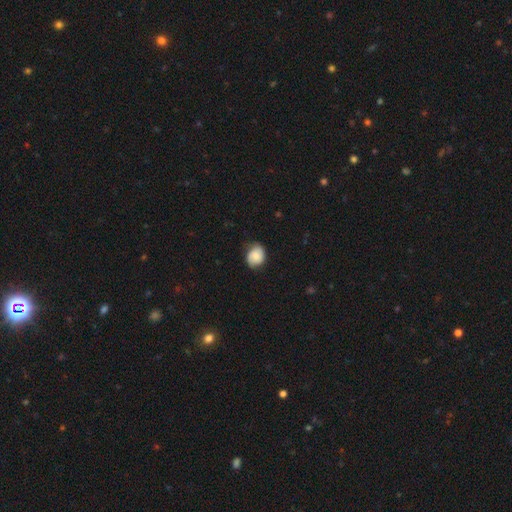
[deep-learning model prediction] Q: Smooth or featured?
A: smooth (72%); runner-up: featured or disk (20%)
Q: How rounded?
A: round (55%); runner-up: in between (44%)
Q: Merging?
A: none (67%); runner-up: minor disturbance (26%)